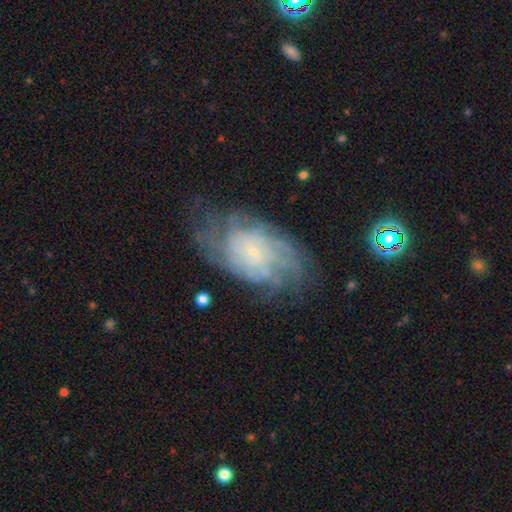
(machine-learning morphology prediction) Smooth or featured: featured or disk — 75% (smooth — 15%)
Edge-on disk: no — 95% (yes — 5%)
Bar: no — 72% (weak — 23%)
Spiral arms: yes — 91% (no — 9%)
Spiral winding: tight — 63% (medium — 28%)
Spiral arm count: can't tell — 50% (4 — 13%)
Bulge size: small — 79% (moderate — 10%)
Merging: none — 66% (minor disturbance — 20%)